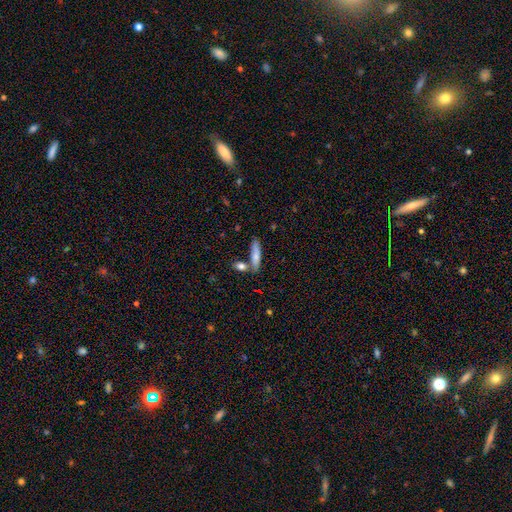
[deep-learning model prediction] This appears to be a smooth galaxy with no disk features (74%) that is cigar-shaped (77%). Merging: none (70%).